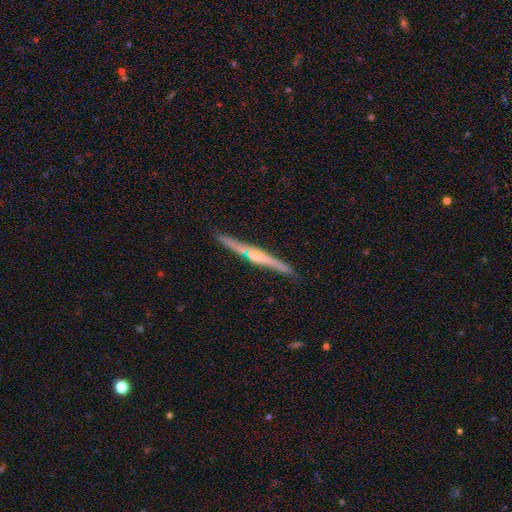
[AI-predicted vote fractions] A featured or disk galaxy (76%) viewed edge-on (98%) with a rounded central bulge (64%). Merging: none (85%).